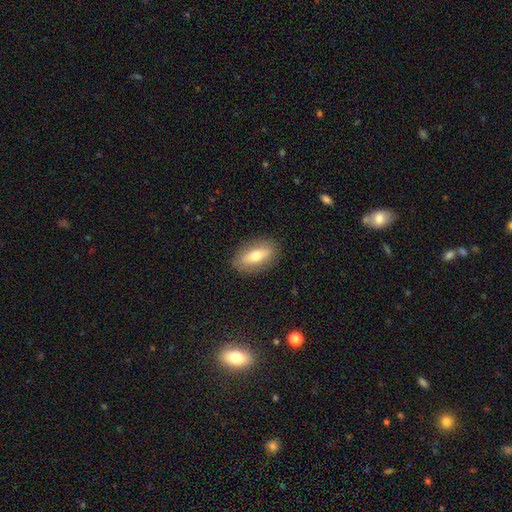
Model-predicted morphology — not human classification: smooth-or-featured: smooth: 60% | featured or disk: 32% | star or artifact: 8%
  how-rounded: in between: 78% | cigar-shaped: 16% | round: 5%
  merging: none: 86% | minor disturbance: 10% | major disturbance: 3% | merger: 1%